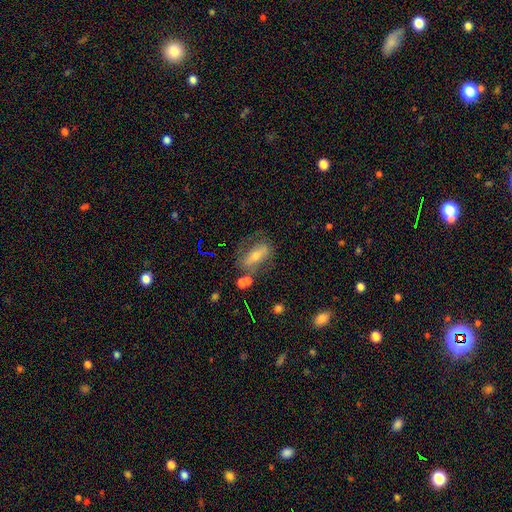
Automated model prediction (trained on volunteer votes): smooth_or_featured: featured or disk (p=0.49) [alt: smooth p=0.39]
merging: none (p=0.58) [alt: minor disturbance p=0.20]